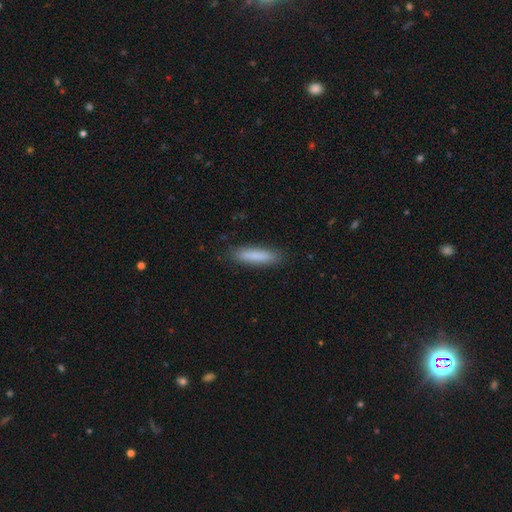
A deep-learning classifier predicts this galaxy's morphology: smooth-or-featured: smooth: 84% | featured or disk: 10% | star or artifact: 6%
  how-rounded: cigar-shaped: 82% | in between: 17% | round: 1%
  merging: none: 87% | minor disturbance: 10% | major disturbance: 2% | merger: 1%